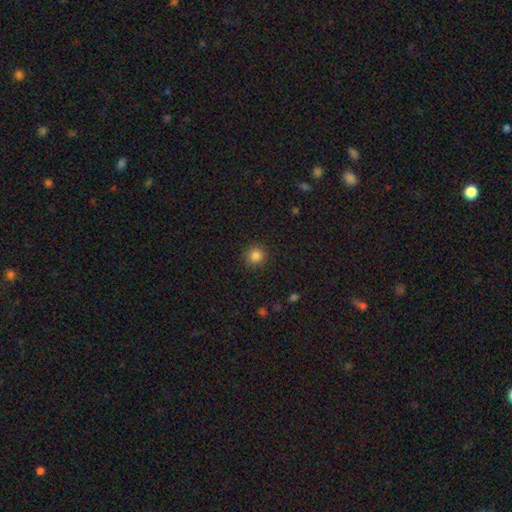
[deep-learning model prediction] This appears to be a smooth galaxy with no disk features (85%) that is round (93%). Merging: none (90%).